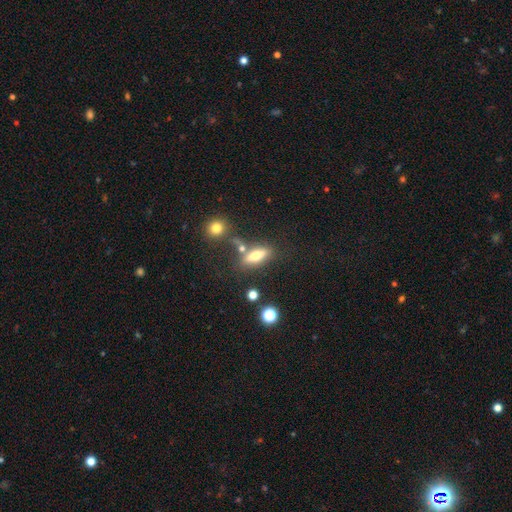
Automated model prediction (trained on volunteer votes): Smooth or featured?
  - smooth: 60% *
  - featured or disk: 30%
  - star or artifact: 11%
How rounded?
  - in between: 60% *
  - cigar-shaped: 35%
  - round: 5%
Merging?
  - none: 62% *
  - merger: 17%
  - minor disturbance: 14%
  - major disturbance: 7%